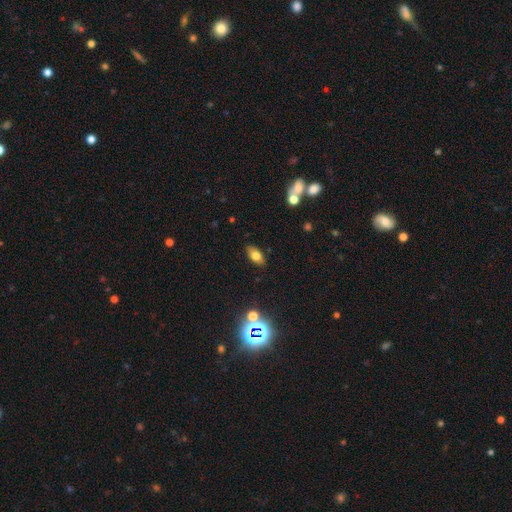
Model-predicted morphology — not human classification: A smooth galaxy with no disk features (75%) that is in between round and cigar-shaped (89%).

Vote fractions:
- Smooth or featured? smooth: 75% / featured or disk: 13% / star or artifact: 12%
- How rounded? in between: 89% / round: 6% / cigar-shaped: 5%
- Merging? none: 87% / minor disturbance: 9% / major disturbance: 2% / merger: 2%